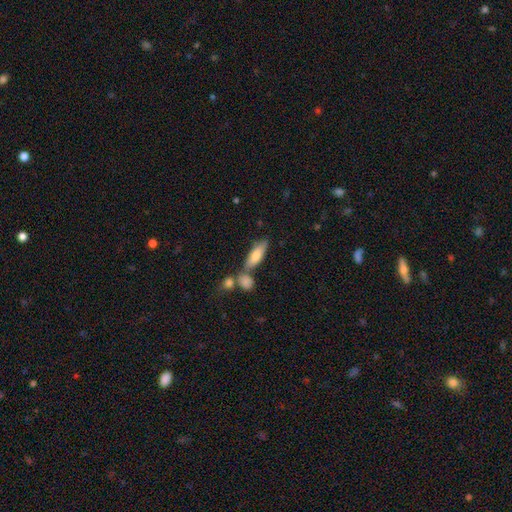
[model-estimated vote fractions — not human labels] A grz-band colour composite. It shows a smooth galaxy with no disk features (71%) that is in between round and cigar-shaped (56%). Merging: none (58%).